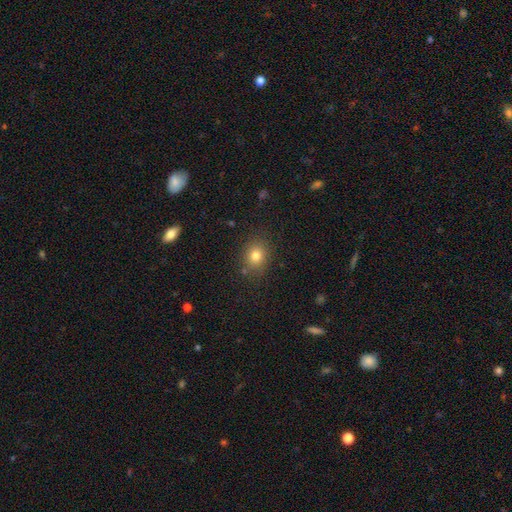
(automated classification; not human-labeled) Overall: smooth (80%). How rounded: round (57%; in between 42%). Merging: none (83%).